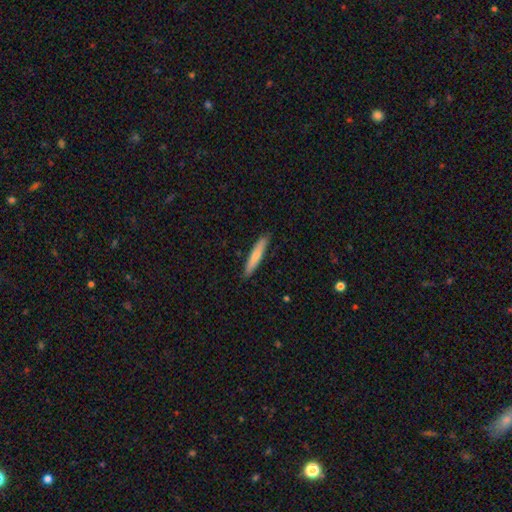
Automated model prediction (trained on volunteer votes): This appears to be a smooth galaxy with no disk features (66%) that is cigar-shaped (91%). Merging: none (89%).